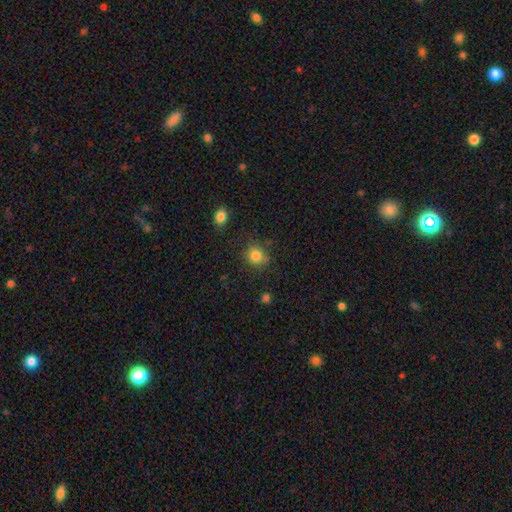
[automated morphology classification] Smooth or featured? Predicted: smooth (p=0.82). How rounded? Predicted: round (p=0.82). Merging? Predicted: none (p=0.80).